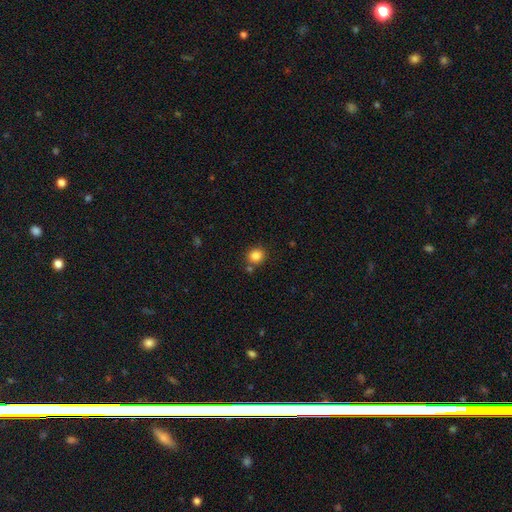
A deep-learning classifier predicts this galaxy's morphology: Smooth or featured: smooth — 84% (star or artifact — 11%)
How rounded: round — 87% (in between — 12%)
Merging: none — 81% (minor disturbance — 9%)